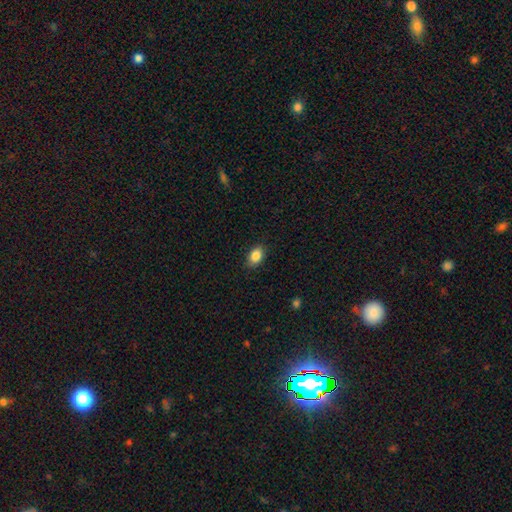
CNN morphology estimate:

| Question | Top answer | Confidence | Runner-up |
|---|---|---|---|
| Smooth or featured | smooth | 87% | star or artifact (8%) |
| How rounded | in between | 83% | round (15%) |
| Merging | none | 87% | minor disturbance (10%) |